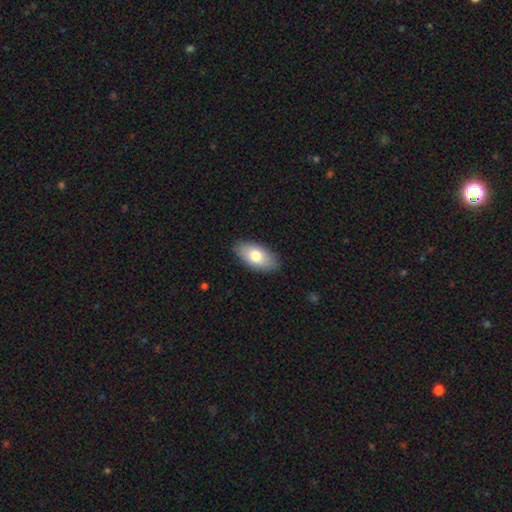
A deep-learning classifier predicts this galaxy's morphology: A smooth galaxy with no disk features (76%) that is in between round and cigar-shaped (93%). Merging: none (86%).